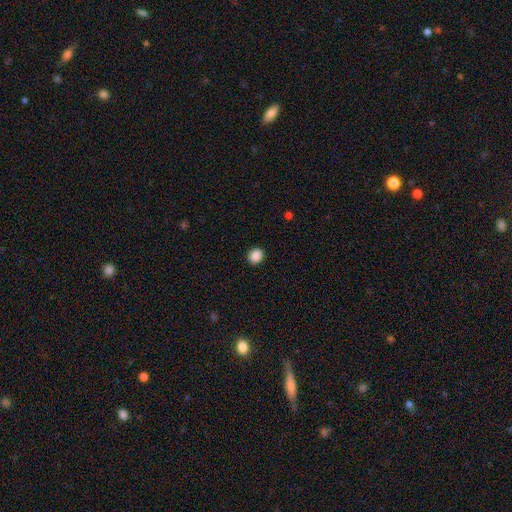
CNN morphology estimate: This is clearly a smooth galaxy (88%). How rounded: likely round (73%). Merging: clearly none (91%).